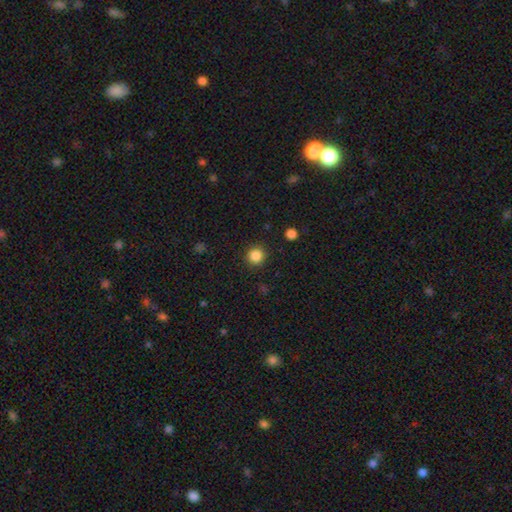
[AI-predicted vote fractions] The model was most divided on "smooth or featured": smooth: 85%, star or artifact: 11%, featured or disk: 3%. More confident: how rounded — round (94%); merging — none (91%).